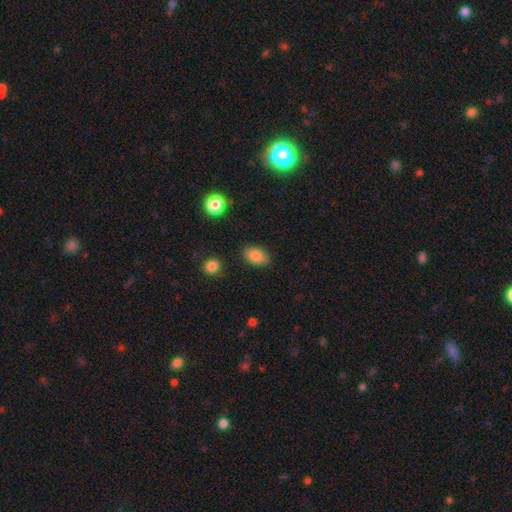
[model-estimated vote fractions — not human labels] A smooth galaxy with no disk features (84%) that is in between round and cigar-shaped (85%).

Vote fractions:
- Smooth or featured? smooth: 84% / star or artifact: 9% / featured or disk: 7%
- How rounded? in between: 85% / round: 13% / cigar-shaped: 1%
- Merging? none: 84% / minor disturbance: 11% / major disturbance: 3% / merger: 2%